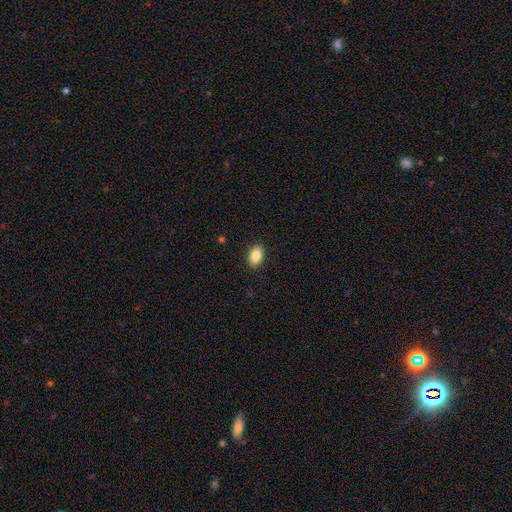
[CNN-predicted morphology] smooth 86%, star or artifact 8%, featured or disk 7%. Down the decision tree: how rounded — in between (89%); merging — none (89%).